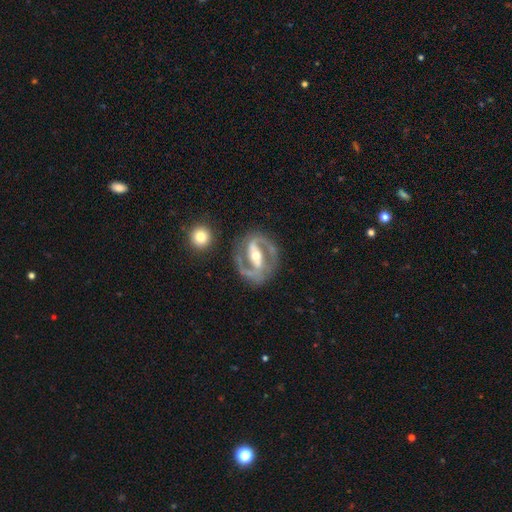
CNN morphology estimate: Smooth or featured? featured or disk (90%)
Edge-on disk? no (96%)
Bar? strong (69%)
Spiral arms? yes (94%)
Spiral winding? medium (51%)
Spiral arm count? 2 (92%)
Bulge size? moderate (60%)
Merging? none (81%)